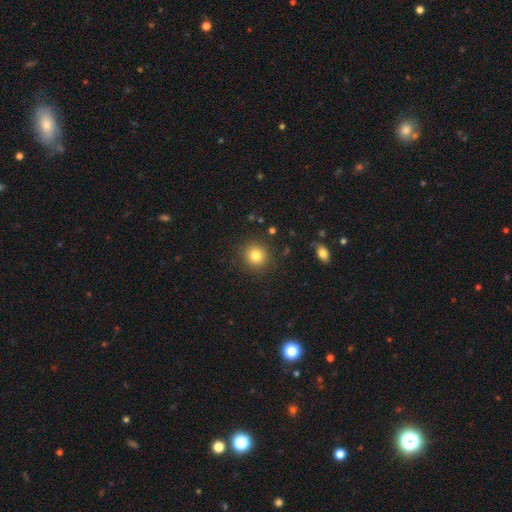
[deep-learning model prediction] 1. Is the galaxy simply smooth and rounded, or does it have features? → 82% smooth, 12% star or artifact, 7% featured or disk.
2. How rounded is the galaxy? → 91% round, 8% in between, 1% cigar-shaped.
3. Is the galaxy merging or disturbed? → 89% none, 7% minor disturbance, 3% major disturbance, 2% merger.